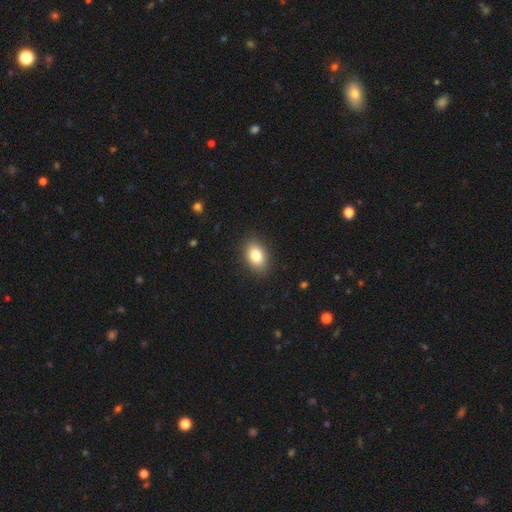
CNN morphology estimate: A smooth galaxy with no disk features (82%) that is in between round and cigar-shaped (82%). Merging: none (88%).